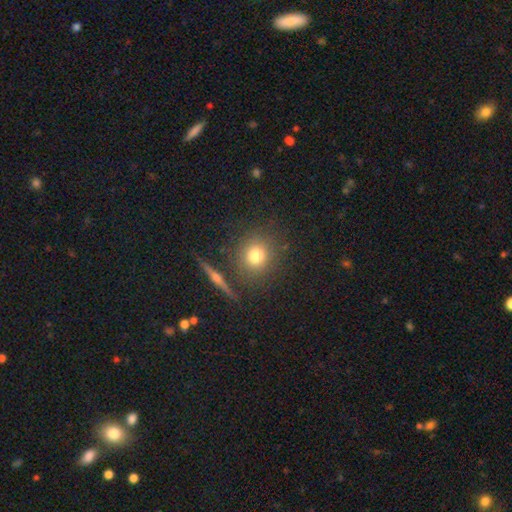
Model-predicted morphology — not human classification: Q: Smooth or featured?
A: smooth (73%); runner-up: star or artifact (14%)
Q: How rounded?
A: round (88%); runner-up: in between (10%)
Q: Merging?
A: none (83%); runner-up: minor disturbance (9%)